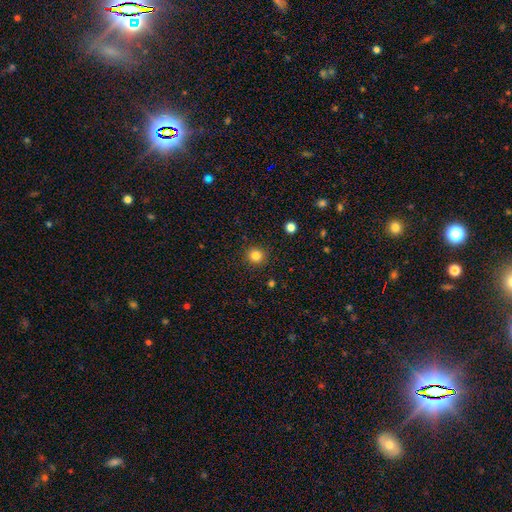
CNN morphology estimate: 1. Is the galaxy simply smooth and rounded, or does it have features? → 83% smooth, 12% star or artifact, 5% featured or disk.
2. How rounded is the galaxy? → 92% round, 7% in between, 1% cigar-shaped.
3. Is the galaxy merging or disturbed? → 91% none, 6% minor disturbance, 2% major disturbance, 1% merger.